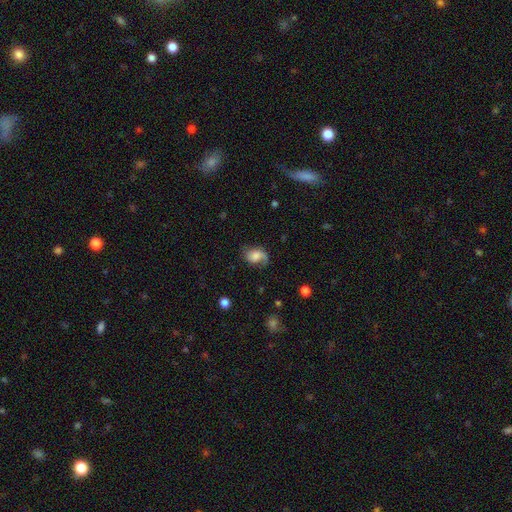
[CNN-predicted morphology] The model was most divided on "smooth or featured": featured or disk: 52%, smooth: 40%, star or artifact: 9%. More confident: edge-on disk — no (96%); merging — none (57%).